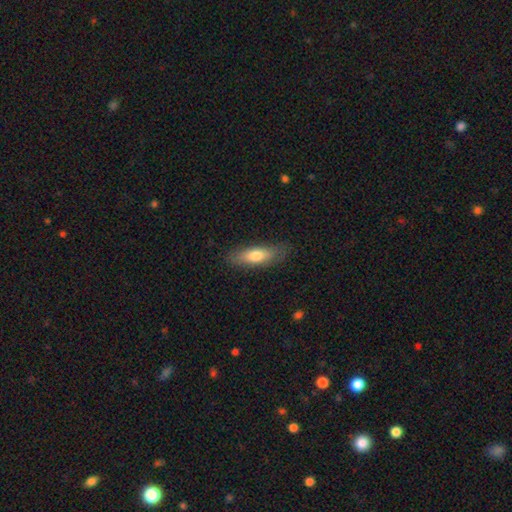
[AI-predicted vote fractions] Smooth or featured? Predicted: smooth (p=0.72). How rounded? Predicted: in between (p=0.57). Merging? Predicted: none (p=0.81).